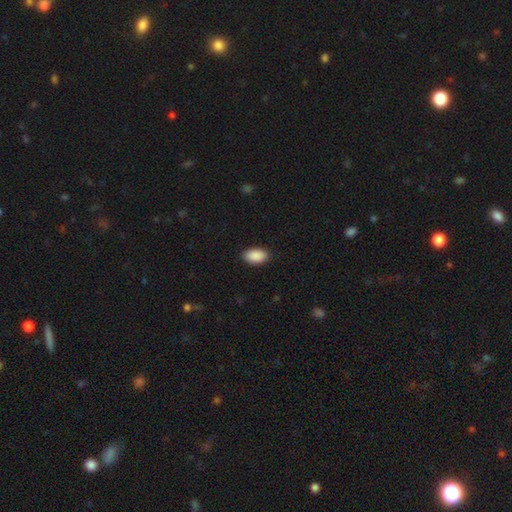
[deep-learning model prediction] Overall: smooth (91%). How rounded: in between (95%). Merging: none (89%).